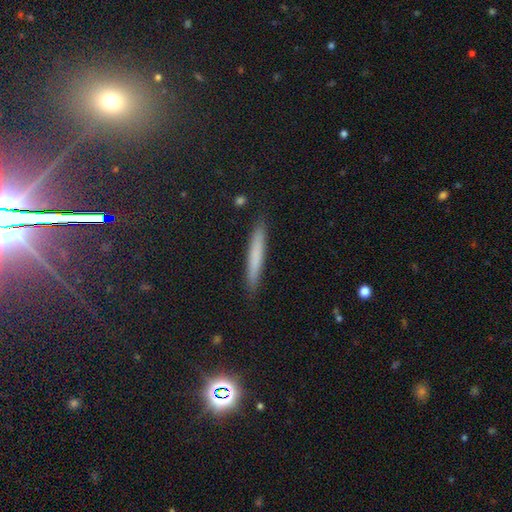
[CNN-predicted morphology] A smooth galaxy with no disk features (67%) that is cigar-shaped (95%). Merging: none (89%).